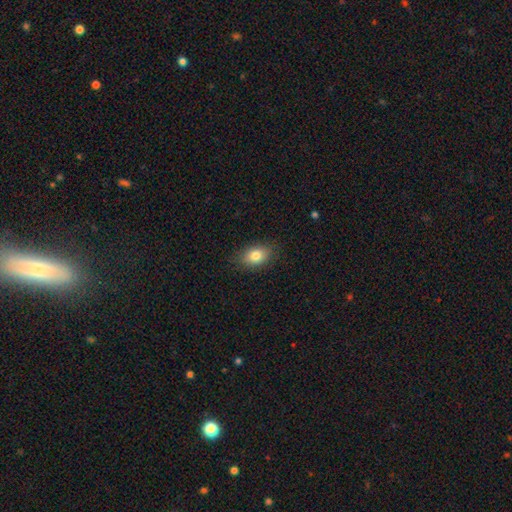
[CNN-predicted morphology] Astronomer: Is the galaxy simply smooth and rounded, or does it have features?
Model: smooth — 81%.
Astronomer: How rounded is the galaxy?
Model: in between — 80%.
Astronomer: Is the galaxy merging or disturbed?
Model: none — 84%.